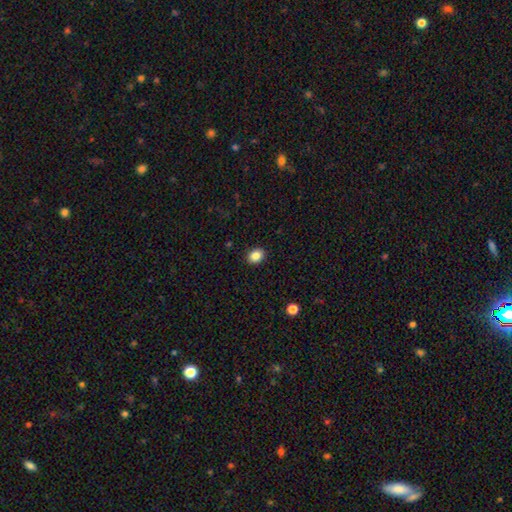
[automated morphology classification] smooth-or-featured: smooth: 85% | star or artifact: 10% | featured or disk: 5%
  how-rounded: in between: 53% | round: 46% | cigar-shaped: 1%
  merging: none: 90% | minor disturbance: 7% | major disturbance: 2% | merger: 1%